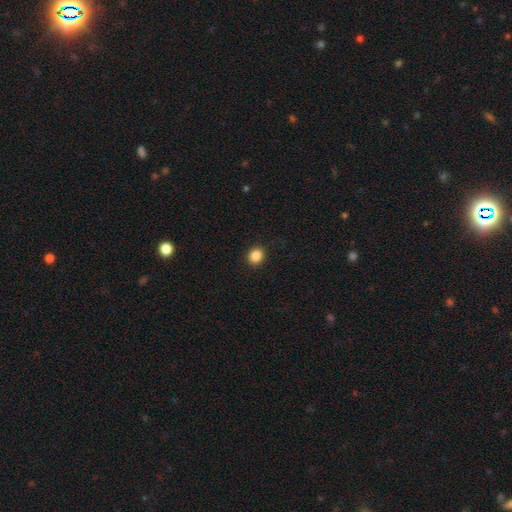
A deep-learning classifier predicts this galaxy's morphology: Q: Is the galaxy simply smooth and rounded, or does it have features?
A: smooth — 87%.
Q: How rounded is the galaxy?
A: round — 69%.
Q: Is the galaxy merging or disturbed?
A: none — 91%.